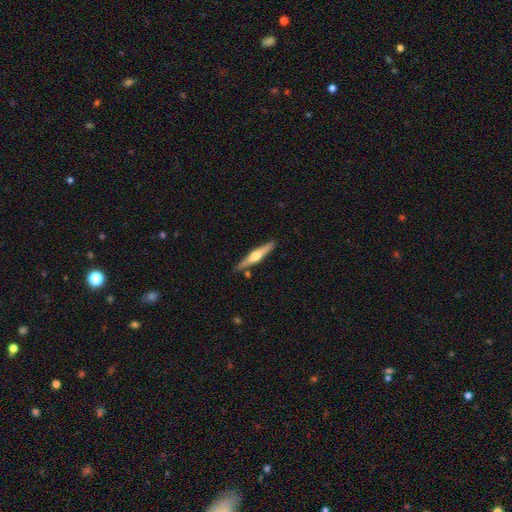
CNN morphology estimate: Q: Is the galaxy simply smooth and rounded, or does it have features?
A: featured or disk — 64%.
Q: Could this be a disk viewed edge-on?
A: yes — 97%.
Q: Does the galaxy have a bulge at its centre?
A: rounded — 93%.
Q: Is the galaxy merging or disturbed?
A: none — 86%.